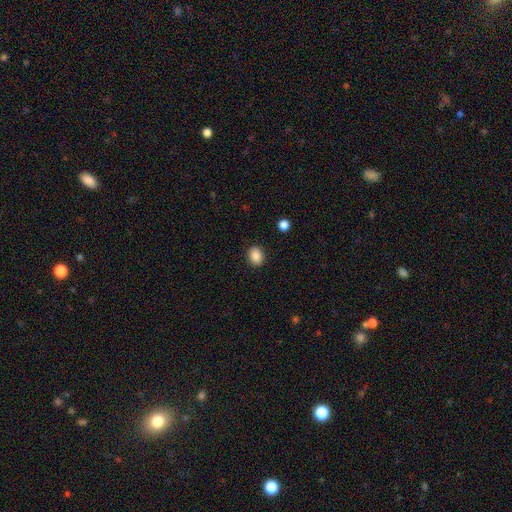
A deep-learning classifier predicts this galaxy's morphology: Smooth or featured: smooth — 86% (star or artifact — 9%)
How rounded: round — 50% (in between — 49%)
Merging: none — 90% (minor disturbance — 7%)